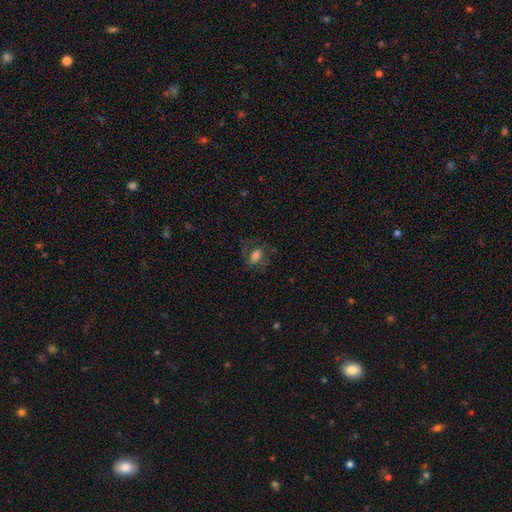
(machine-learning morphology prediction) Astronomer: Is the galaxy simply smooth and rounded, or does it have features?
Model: smooth — 63%.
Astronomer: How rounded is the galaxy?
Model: in between — 81%.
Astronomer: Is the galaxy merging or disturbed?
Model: none — 62%.